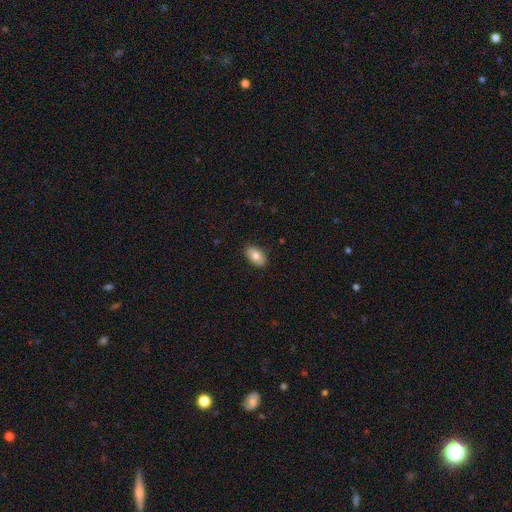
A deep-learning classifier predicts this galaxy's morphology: This appears to be a smooth galaxy with no disk features (78%) that is in between round and cigar-shaped (92%). Merging: none (87%).